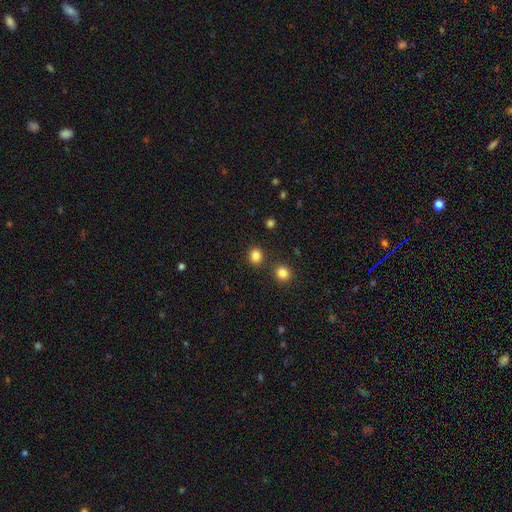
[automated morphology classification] Overall: smooth (84%). How rounded: round (71%). Merging: none (83%).